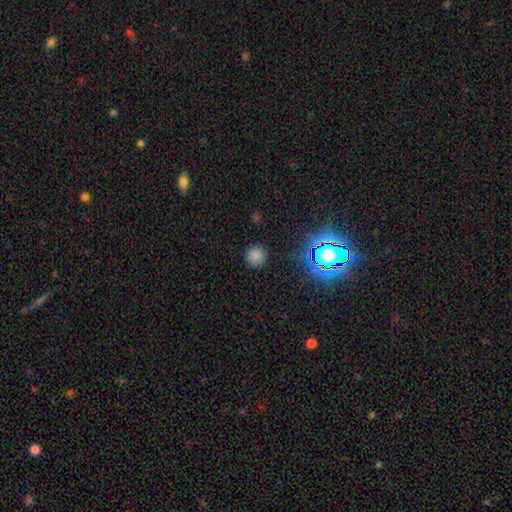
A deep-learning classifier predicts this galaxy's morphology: The model was most divided on "smooth or featured": smooth: 75%, star or artifact: 20%, featured or disk: 5%. More confident: how rounded — round (92%); merging — none (88%).